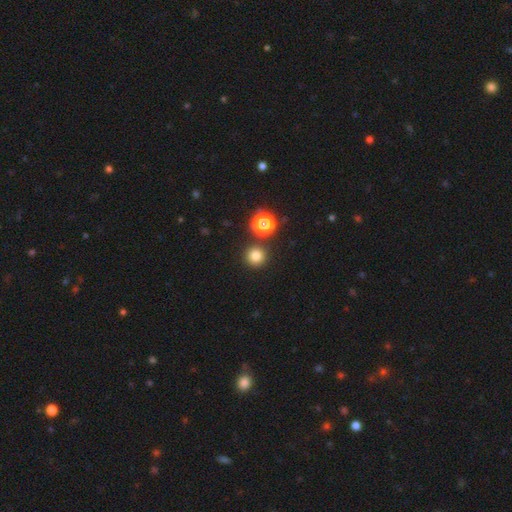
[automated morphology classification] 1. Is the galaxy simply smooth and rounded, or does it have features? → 78% smooth, 16% star or artifact, 6% featured or disk.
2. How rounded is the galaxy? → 95% round, 4% in between, 1% cigar-shaped.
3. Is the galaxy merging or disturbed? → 85% none, 7% merger, 6% minor disturbance, 2% major disturbance.